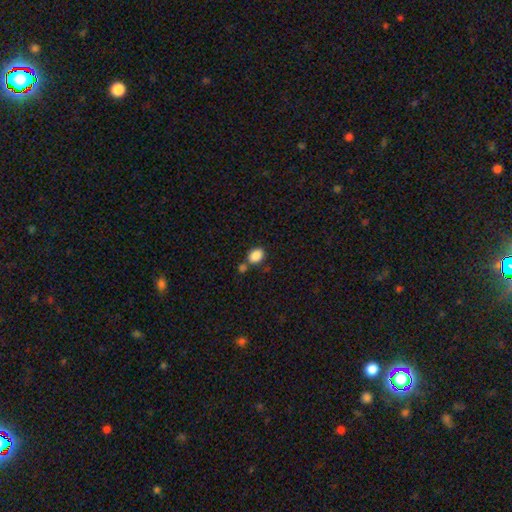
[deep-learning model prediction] Smooth or featured: smooth — 87% (star or artifact — 9%)
How rounded: in between — 66% (round — 33%)
Merging: none — 65% (merger — 19%)